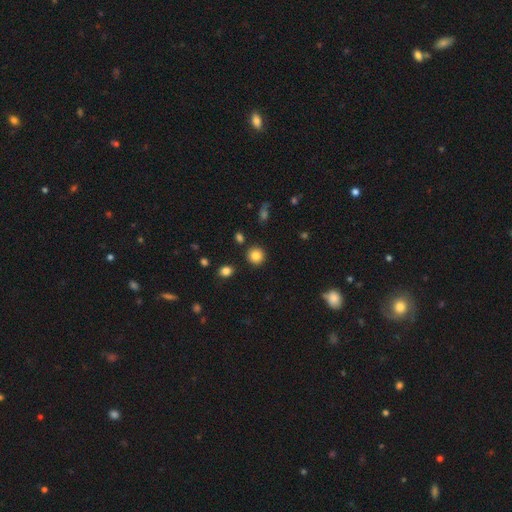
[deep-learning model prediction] A smooth galaxy with no disk features (84%) that is round (92%).

Vote fractions:
- Smooth or featured? smooth: 84% / star or artifact: 10% / featured or disk: 5%
- How rounded? round: 92% / in between: 7% / cigar-shaped: 1%
- Merging? none: 90% / minor disturbance: 6% / merger: 3% / major disturbance: 2%